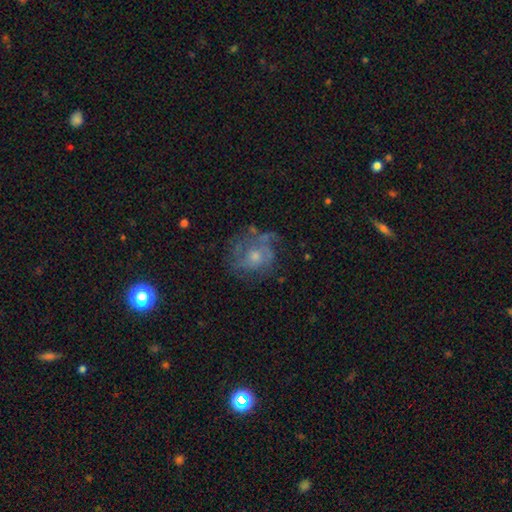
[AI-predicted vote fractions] Smooth or featured: featured or disk — 64% (smooth — 25%)
Edge-on disk: no — 97% (yes — 3%)
Bar: no — 83% (weak — 15%)
Spiral arms: yes — 69% (no — 31%)
Bulge size: moderate — 48% (small — 45%)
Merging: none — 57% (minor disturbance — 21%)